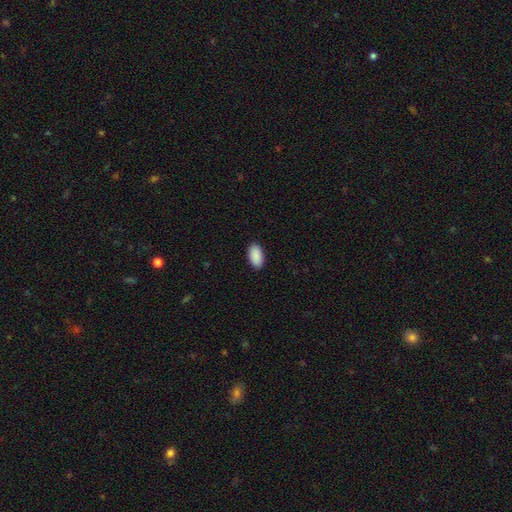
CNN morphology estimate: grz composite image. It shows a smooth galaxy with no disk features (91%) that is in between round and cigar-shaped (95%). Merging: none (90%).